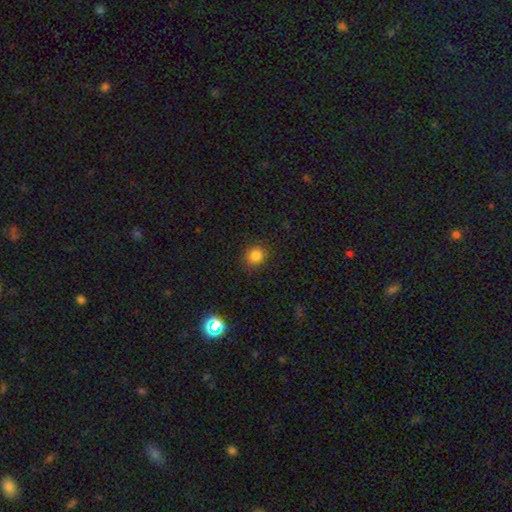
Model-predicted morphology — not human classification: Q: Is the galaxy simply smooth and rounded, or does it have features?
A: smooth — 83%.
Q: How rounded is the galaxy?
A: round — 85%.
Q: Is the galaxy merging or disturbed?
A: none — 86%.